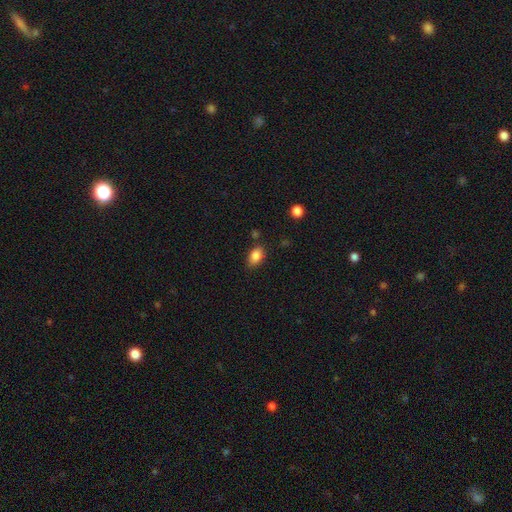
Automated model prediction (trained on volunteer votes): The model was most divided on "merging": none: 79%, minor disturbance: 15%, merger: 3%, major disturbance: 3%. More confident: how rounded — in between (86%); smooth or featured — smooth (84%).